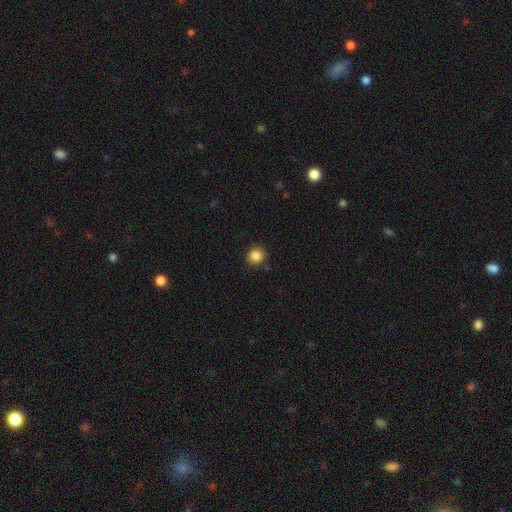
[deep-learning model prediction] smooth_or_featured: smooth (p=0.86) [alt: star or artifact p=0.10]
how_rounded: round (p=0.89) [alt: in between p=0.10]
merging: none (p=0.89) [alt: minor disturbance p=0.07]